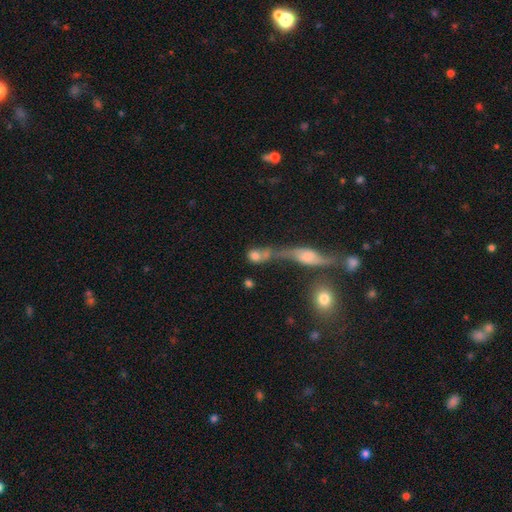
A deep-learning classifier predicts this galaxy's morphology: Smooth or featured: smooth — 69% (featured or disk — 19%)
How rounded: round — 50% (in between — 42%)
Merging: merger — 56% (none — 23%)